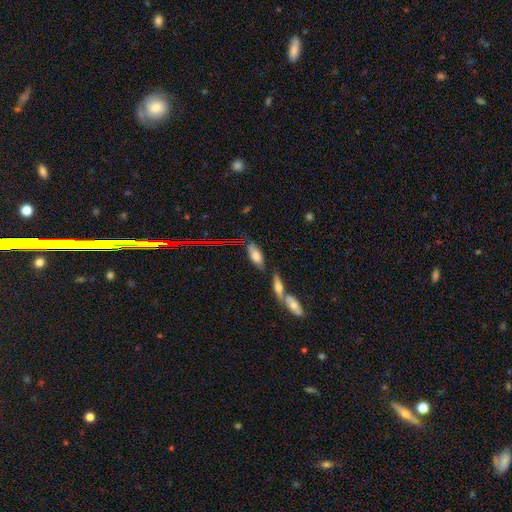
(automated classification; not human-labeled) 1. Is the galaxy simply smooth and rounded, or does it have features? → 64% smooth, 26% featured or disk, 11% star or artifact.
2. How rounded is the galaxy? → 75% in between, 23% cigar-shaped, 3% round.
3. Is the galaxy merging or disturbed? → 60% none, 19% merger, 16% minor disturbance, 5% major disturbance.